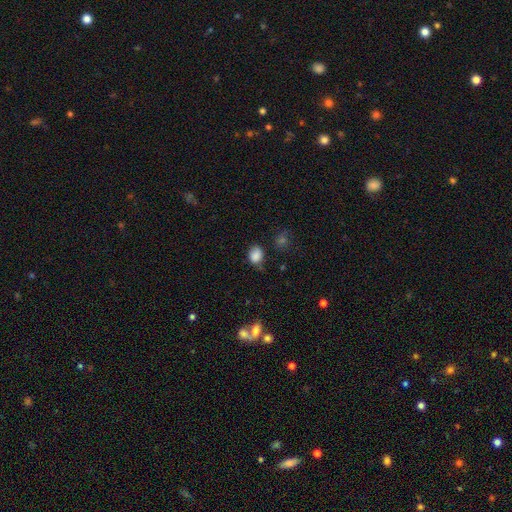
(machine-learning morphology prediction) A smooth galaxy with no disk features (83%) that is in between round and cigar-shaped (57%). Merging: none (61%).